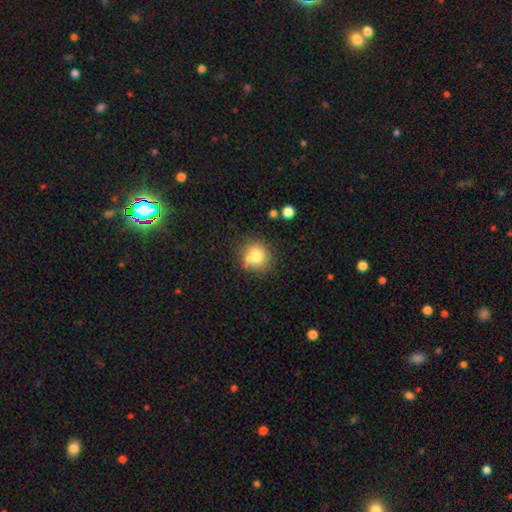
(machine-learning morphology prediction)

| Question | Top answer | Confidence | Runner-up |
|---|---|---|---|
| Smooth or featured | smooth | 74% | featured or disk (14%) |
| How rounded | round | 84% | in between (15%) |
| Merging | none | 62% | merger (21%) |